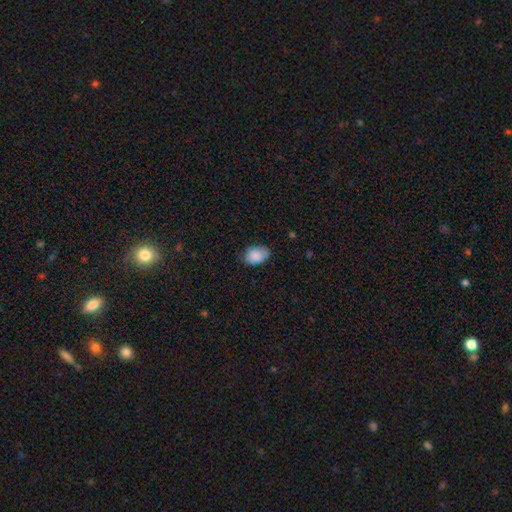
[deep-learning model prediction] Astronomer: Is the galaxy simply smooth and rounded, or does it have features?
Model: smooth — 87%.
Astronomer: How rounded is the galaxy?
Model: in between — 83%.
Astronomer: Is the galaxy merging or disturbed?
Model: none — 72%.